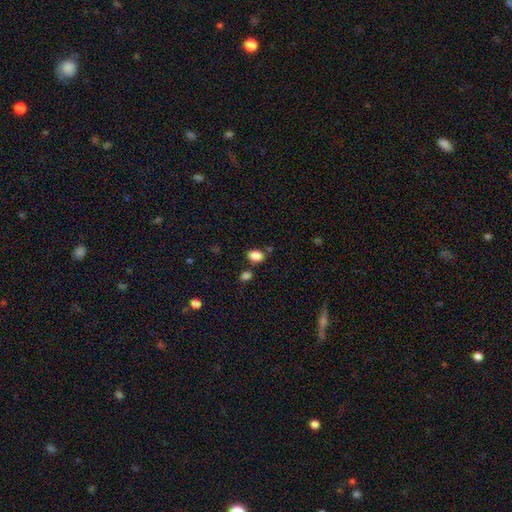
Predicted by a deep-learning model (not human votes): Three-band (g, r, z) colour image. It shows a smooth galaxy with no disk features (86%) that is in between round and cigar-shaped (76%). Merging: none (75%).